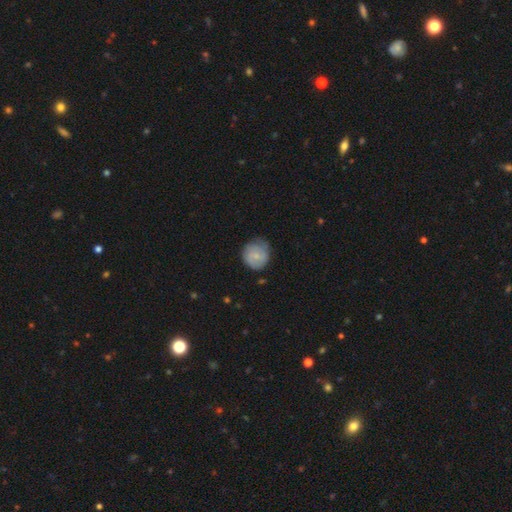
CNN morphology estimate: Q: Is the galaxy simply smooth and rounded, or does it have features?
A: smooth — 64%.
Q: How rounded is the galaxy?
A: round — 87%.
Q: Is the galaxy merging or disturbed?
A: none — 64%.